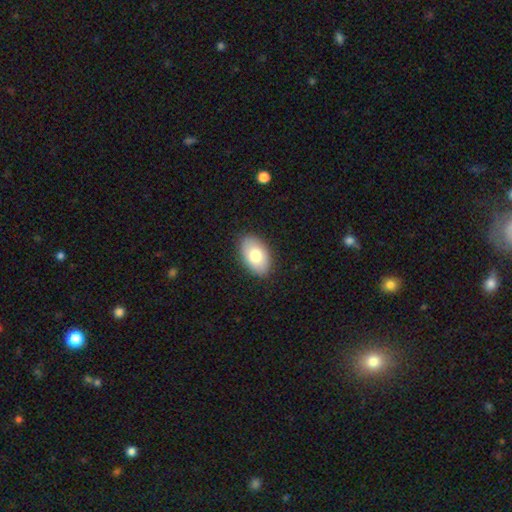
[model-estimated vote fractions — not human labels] Morphology: type=smooth (79%); roundness=in between (93%); merging=none (87%).